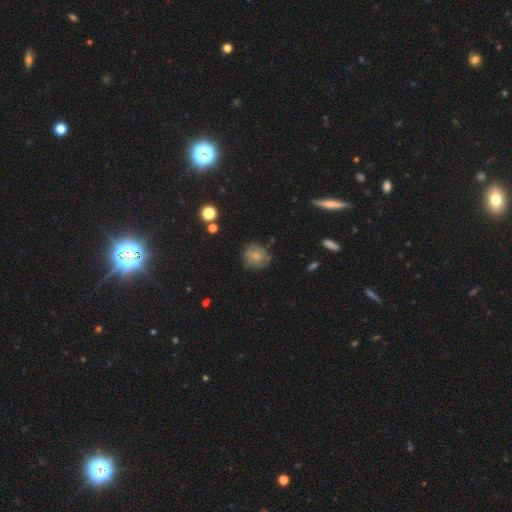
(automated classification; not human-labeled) Smooth or featured: smooth — 71% (featured or disk — 19%)
How rounded: round — 83% (in between — 16%)
Merging: none — 73% (minor disturbance — 20%)